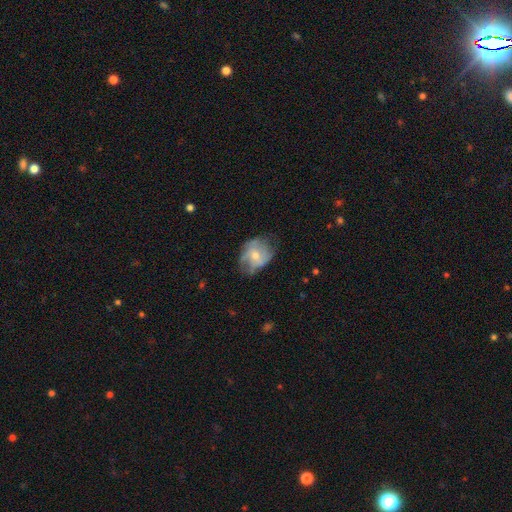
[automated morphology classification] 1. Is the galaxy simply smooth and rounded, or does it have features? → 59% featured or disk, 34% smooth, 8% star or artifact.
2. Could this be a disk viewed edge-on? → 97% no, 3% yes.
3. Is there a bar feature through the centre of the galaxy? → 70% no, 25% weak, 5% strong.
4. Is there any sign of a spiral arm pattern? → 70% yes, 30% no.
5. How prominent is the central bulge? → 50% moderate, 45% small, 2% large, 2% none, 1% dominant.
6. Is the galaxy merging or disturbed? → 54% none, 29% minor disturbance, 16% major disturbance, 2% merger.